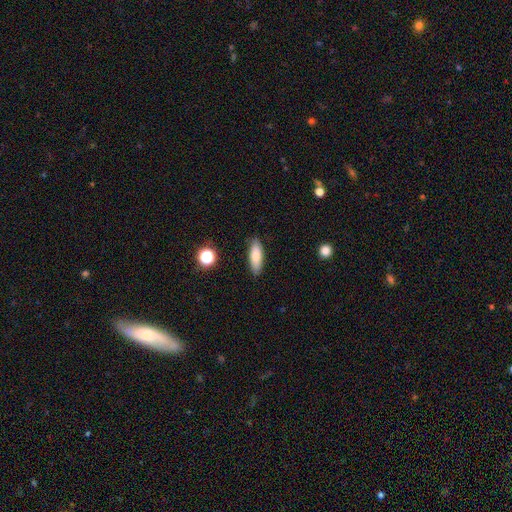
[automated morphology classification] Q: Smooth or featured?
A: smooth (79%); runner-up: featured or disk (13%)
Q: How rounded?
A: in between (59%); runner-up: cigar-shaped (39%)
Q: Merging?
A: none (86%); runner-up: minor disturbance (10%)